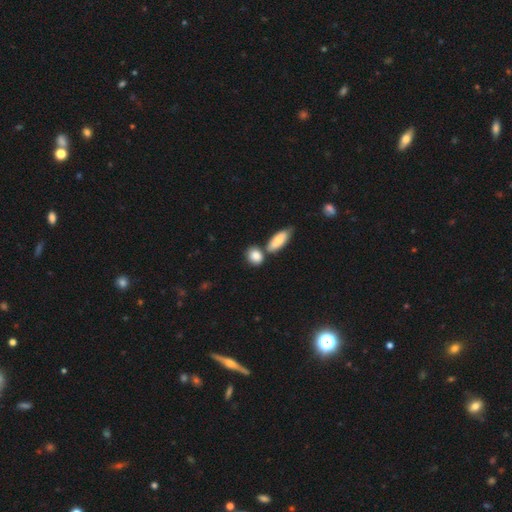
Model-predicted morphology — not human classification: Smooth or featured? smooth (85%)
How rounded? in between (52%)
Merging? none (54%)